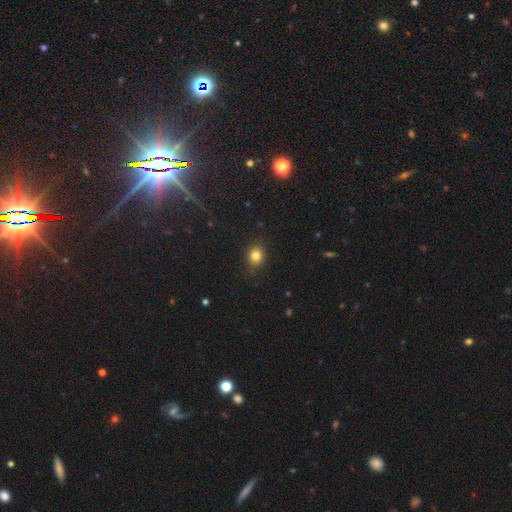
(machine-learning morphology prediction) smooth 81%, star or artifact 12%, featured or disk 6%. Down the decision tree: how rounded — round (70%); merging — none (85%).